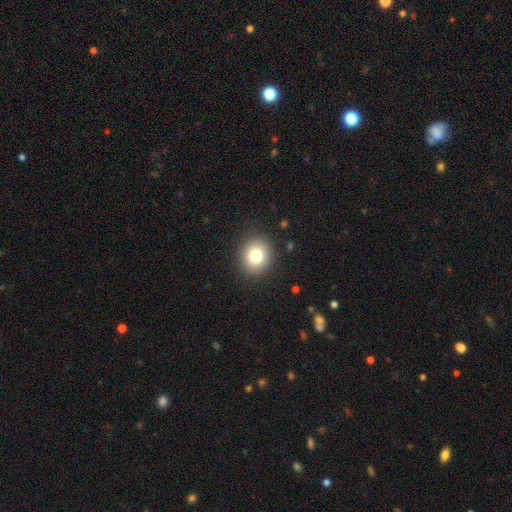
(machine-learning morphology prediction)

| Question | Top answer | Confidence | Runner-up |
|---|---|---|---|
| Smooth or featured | smooth | 78% | star or artifact (12%) |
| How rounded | round | 78% | in between (21%) |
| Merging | none | 90% | minor disturbance (7%) |